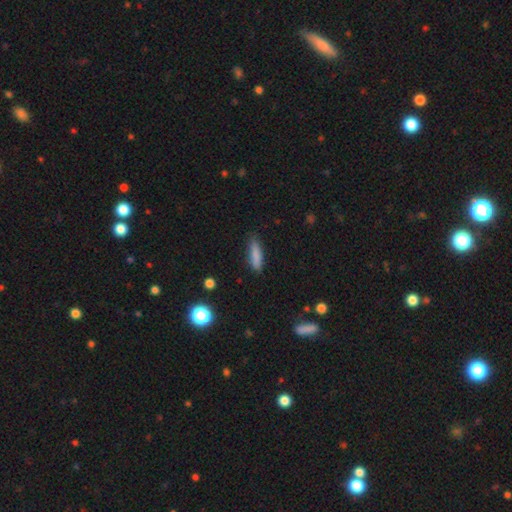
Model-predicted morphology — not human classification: type=smooth (85%); roundness=cigar-shaped (66%); merging=none (81%).